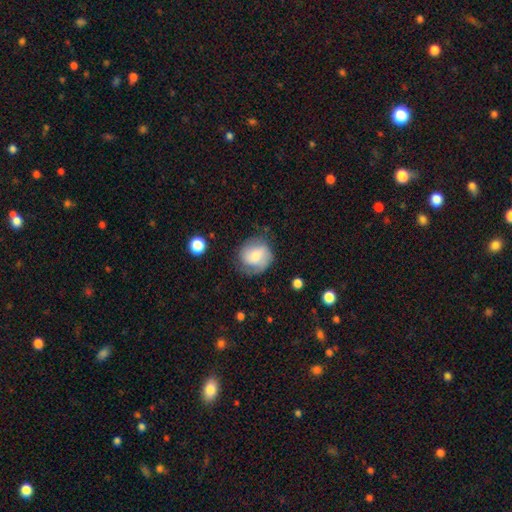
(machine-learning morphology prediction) The model was most divided on "smooth or featured": smooth: 52%, featured or disk: 41%, star or artifact: 8%. More confident: how rounded — round (78%); merging — none (64%).